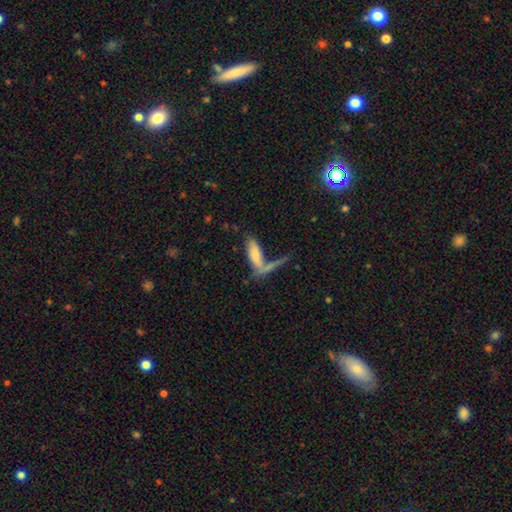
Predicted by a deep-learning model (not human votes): The model was most divided on "how rounded": in between: 50%, cigar-shaped: 48%, round: 2%. Remaining: smooth or featured — smooth (68%); merging — merger (40%).